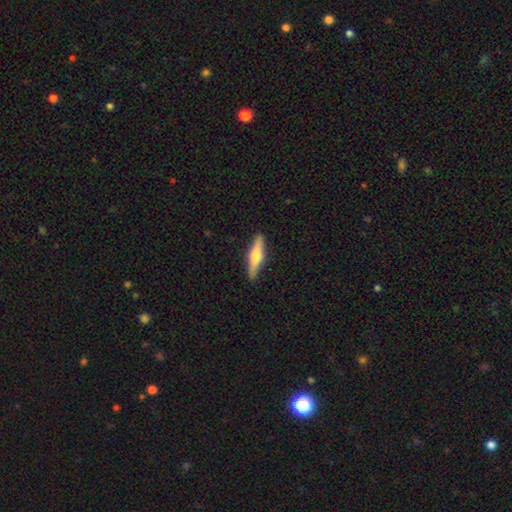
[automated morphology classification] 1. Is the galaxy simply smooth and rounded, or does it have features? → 55% featured or disk, 40% smooth, 5% star or artifact.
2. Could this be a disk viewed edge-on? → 96% yes, 4% no.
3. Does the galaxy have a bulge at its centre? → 92% rounded, 4% boxy, 4% none.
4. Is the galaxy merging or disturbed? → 90% none, 7% minor disturbance, 2% major disturbance, 1% merger.